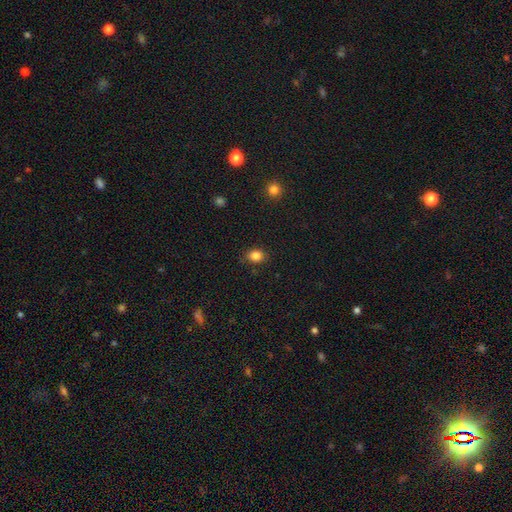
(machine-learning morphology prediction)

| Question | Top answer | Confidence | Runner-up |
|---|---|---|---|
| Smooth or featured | smooth | 85% | star or artifact (11%) |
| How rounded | round | 52% | in between (47%) |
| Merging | none | 84% | minor disturbance (12%) |